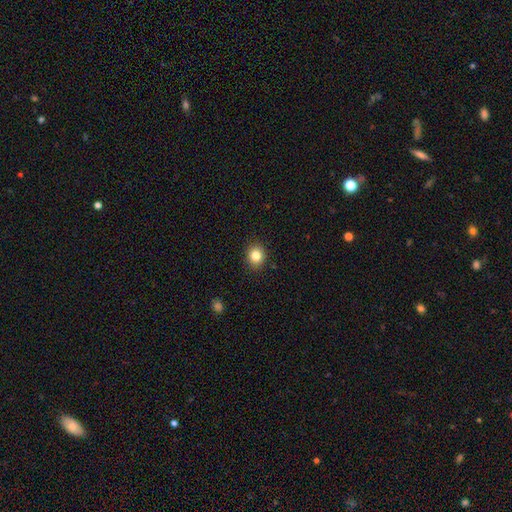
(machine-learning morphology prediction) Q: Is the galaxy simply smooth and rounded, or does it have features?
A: smooth — 83%.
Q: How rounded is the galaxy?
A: round — 74%.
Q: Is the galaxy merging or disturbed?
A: none — 90%.